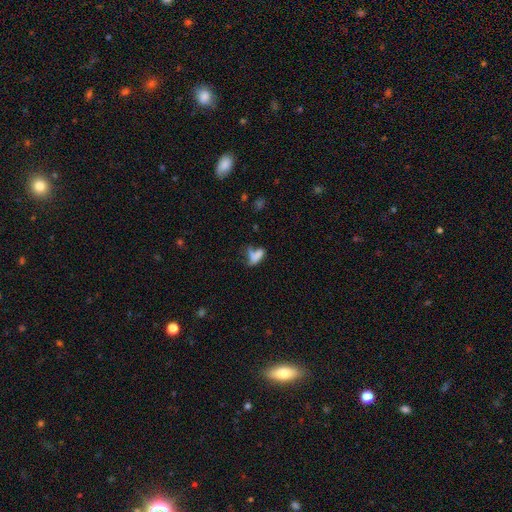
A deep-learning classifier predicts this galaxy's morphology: smooth_or_featured: smooth (p=0.62) [alt: featured or disk p=0.24]
how_rounded: in between (p=0.75) [alt: cigar-shaped p=0.18]
merging: major disturbance (p=0.29) [alt: none p=0.27]